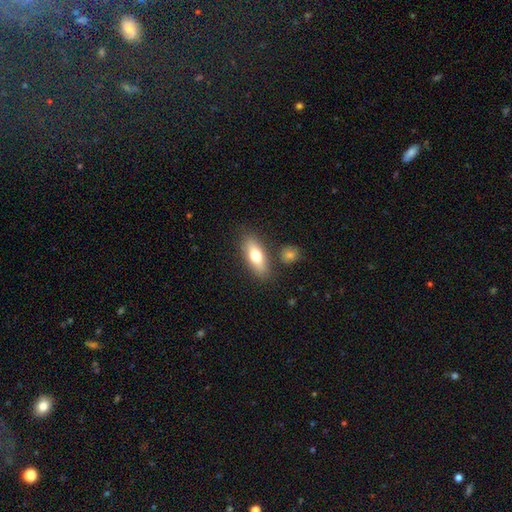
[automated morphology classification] smooth-or-featured: smooth: 69% | featured or disk: 24% | star or artifact: 7%
  how-rounded: in between: 74% | cigar-shaped: 23% | round: 3%
  merging: none: 79% | minor disturbance: 11% | merger: 7% | major disturbance: 3%